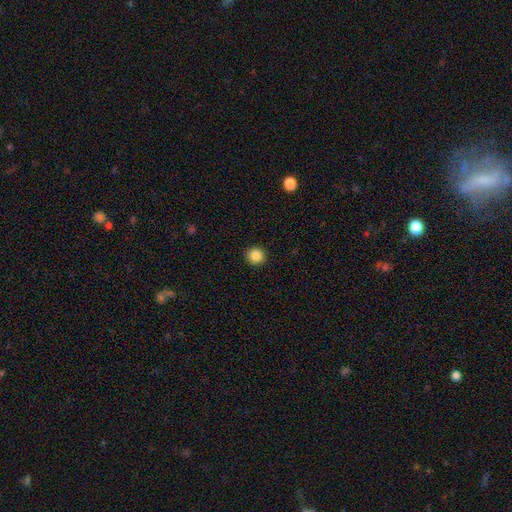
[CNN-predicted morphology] The model was most divided on "smooth or featured": smooth: 86%, star or artifact: 10%, featured or disk: 4%. More confident: merging — none (92%); how rounded — round (90%).